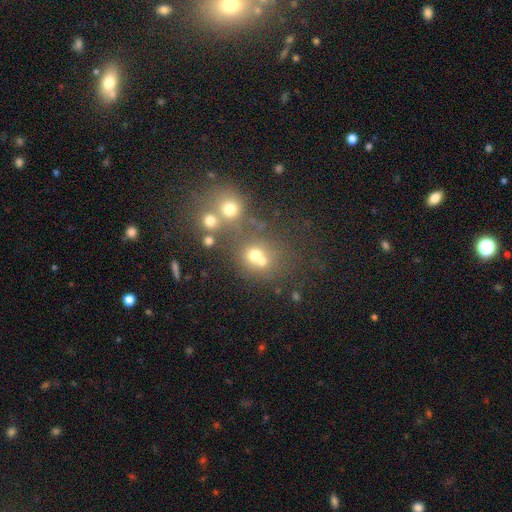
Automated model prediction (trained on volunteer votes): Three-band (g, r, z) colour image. It shows a smooth galaxy with no disk features (65%) that is round (79%). Merging: none (47%).